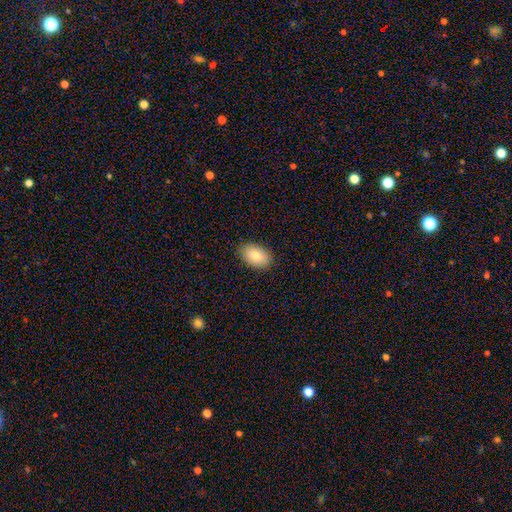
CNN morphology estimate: smooth_or_featured: smooth (p=0.82) [alt: featured or disk p=0.11]
how_rounded: in between (p=0.89) [alt: round p=0.10]
merging: none (p=0.89) [alt: minor disturbance p=0.09]